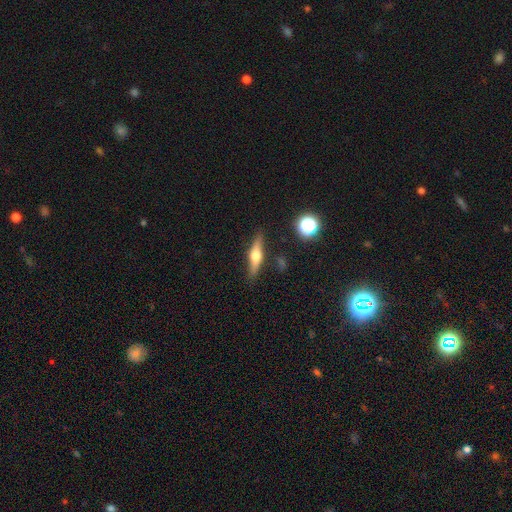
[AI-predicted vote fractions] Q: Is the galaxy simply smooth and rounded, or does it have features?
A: featured or disk — 59%.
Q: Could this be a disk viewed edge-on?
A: yes — 95%.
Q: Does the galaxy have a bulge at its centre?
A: rounded — 93%.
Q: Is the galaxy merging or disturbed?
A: none — 85%.